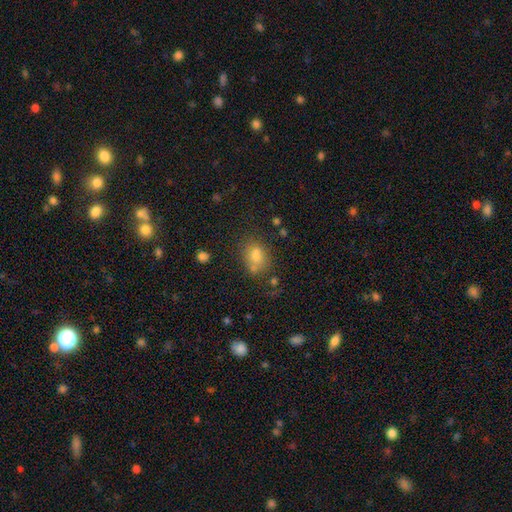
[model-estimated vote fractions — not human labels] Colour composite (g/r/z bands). It shows a smooth galaxy with no disk features (72%) that is in between round and cigar-shaped (58%). Merging: none (59%).